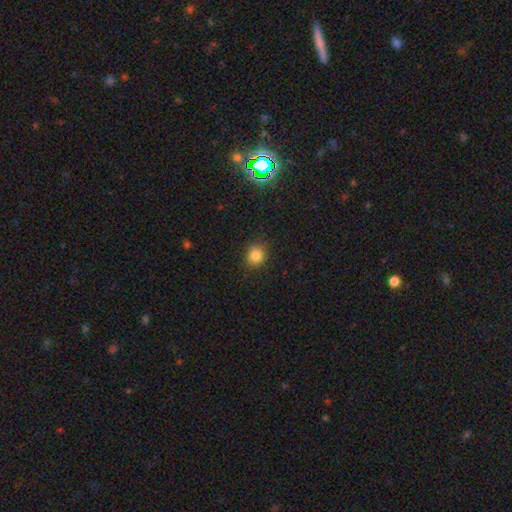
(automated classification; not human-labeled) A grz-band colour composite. It shows a smooth galaxy with no disk features (83%) that is round (80%). Merging: none (87%).